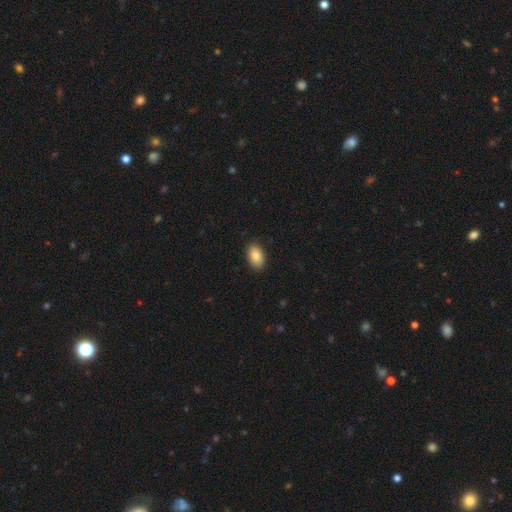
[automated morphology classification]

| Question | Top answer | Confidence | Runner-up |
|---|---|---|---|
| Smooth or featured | smooth | 84% | featured or disk (9%) |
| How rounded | in between | 91% | round (7%) |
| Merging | none | 89% | minor disturbance (8%) |